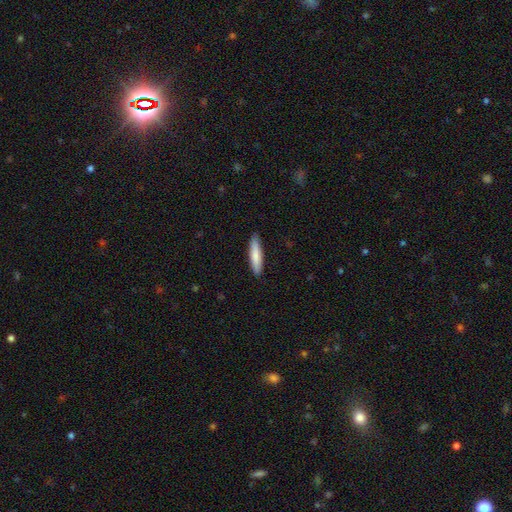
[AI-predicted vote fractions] The model was most divided on "smooth or featured": smooth: 79%, featured or disk: 15%, star or artifact: 5%. More confident: merging — none (89%); how rounded — cigar-shaped (81%).